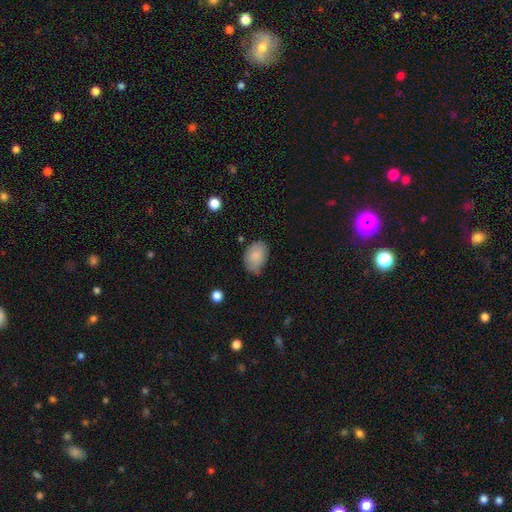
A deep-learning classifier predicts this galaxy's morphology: Smooth or featured: smooth — 84% (featured or disk — 9%)
How rounded: in between — 85% (round — 14%)
Merging: none — 64% (minor disturbance — 28%)